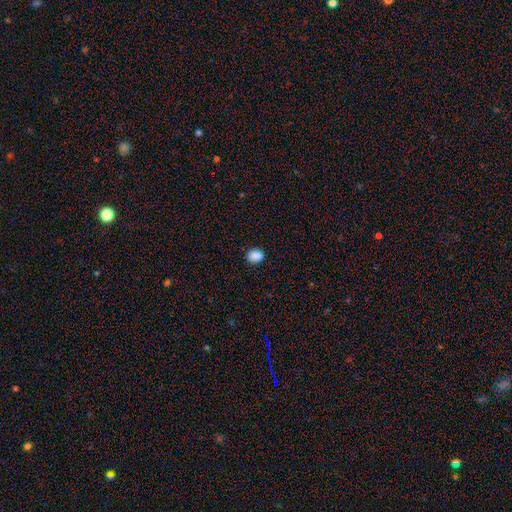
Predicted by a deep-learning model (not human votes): Q: Smooth or featured?
A: smooth (85%); runner-up: star or artifact (11%)
Q: How rounded?
A: in between (55%); runner-up: round (43%)
Q: Merging?
A: none (81%); runner-up: minor disturbance (14%)